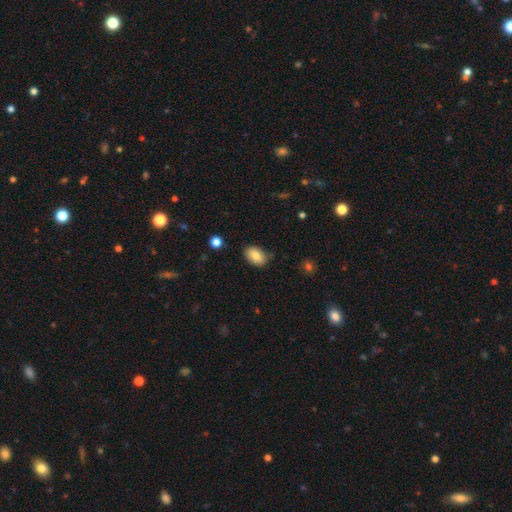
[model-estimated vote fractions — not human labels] Q: Smooth or featured?
A: smooth (83%); runner-up: featured or disk (9%)
Q: How rounded?
A: in between (87%); runner-up: round (11%)
Q: Merging?
A: none (78%); runner-up: minor disturbance (18%)